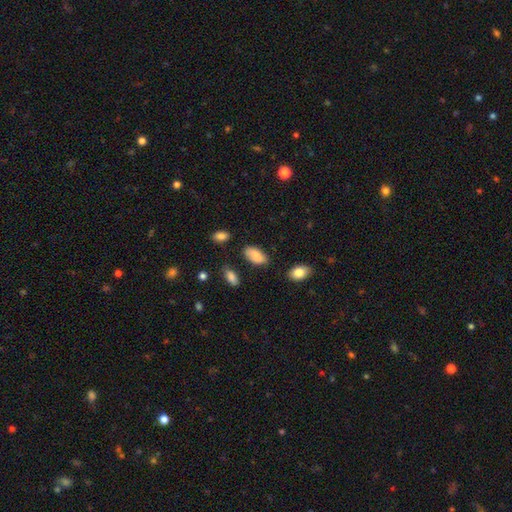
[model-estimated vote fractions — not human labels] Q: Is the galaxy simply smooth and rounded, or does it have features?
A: smooth — 84%.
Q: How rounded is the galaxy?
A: in between — 93%.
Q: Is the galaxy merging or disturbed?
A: none — 77%.